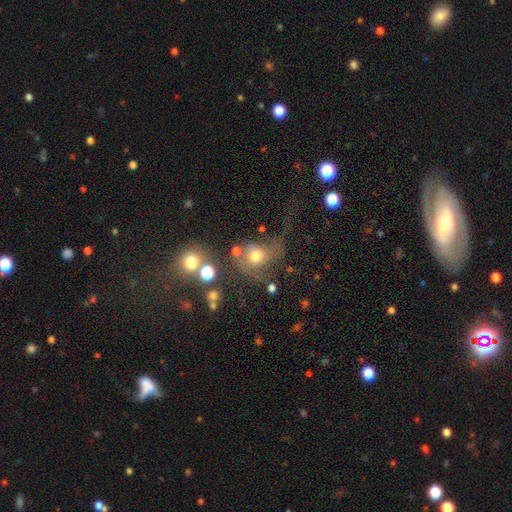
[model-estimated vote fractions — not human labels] Overall: smooth (62%). How rounded: round (71%). Merging: major disturbance (37%; none 30%).